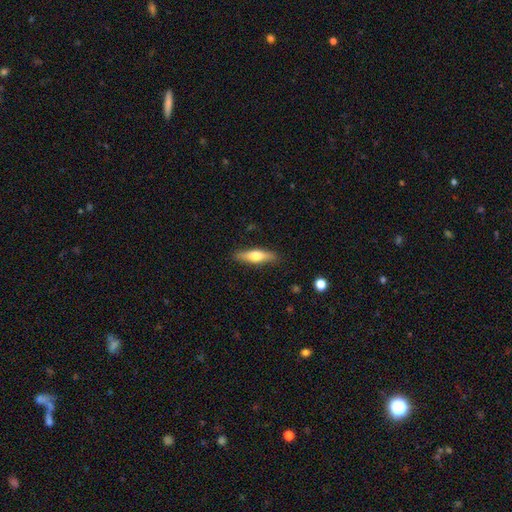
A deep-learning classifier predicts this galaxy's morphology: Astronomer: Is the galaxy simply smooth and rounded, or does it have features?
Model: smooth — 54% (runner-up: featured or disk, 41%).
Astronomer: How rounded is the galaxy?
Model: cigar-shaped — 68%.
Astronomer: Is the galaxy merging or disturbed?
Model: none — 87%.